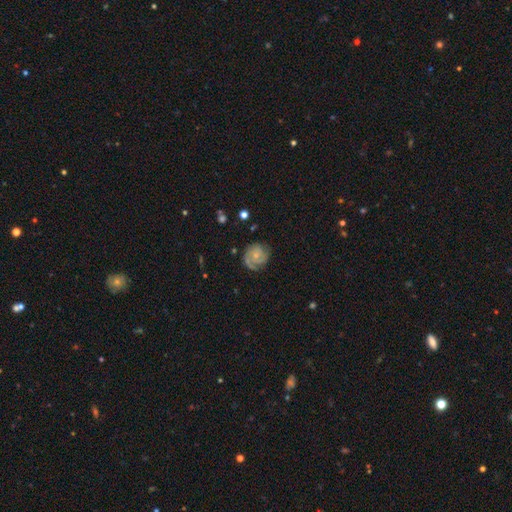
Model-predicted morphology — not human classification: Smooth or featured? featured or disk (71%)
Edge-on disk? no (98%)
Bar? no (76%)
Spiral arms? yes (93%)
Spiral winding? tight (61%)
Spiral arm count? 2 (46%)
Bulge size? small (64%)
Merging? none (72%)